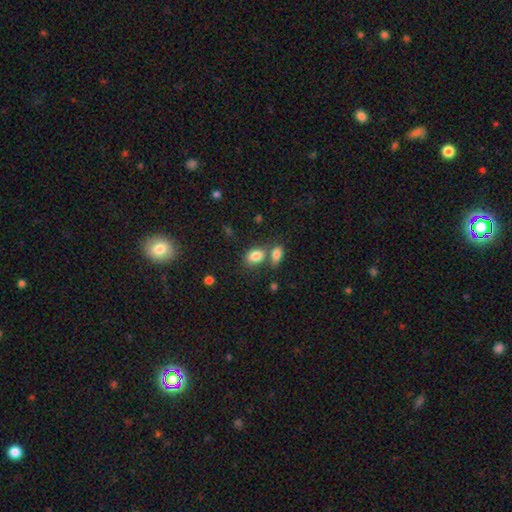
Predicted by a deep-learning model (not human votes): Smooth or featured? smooth (83%)
How rounded? in between (82%)
Merging? none (50%)